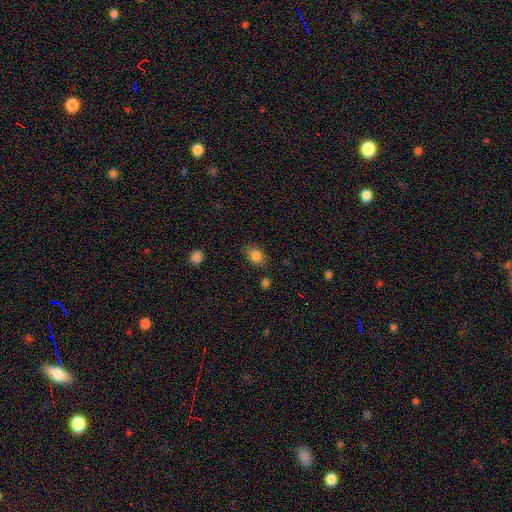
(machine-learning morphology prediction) Smooth or featured: smooth — 84% (star or artifact — 10%)
How rounded: in between — 67% (round — 32%)
Merging: none — 77% (minor disturbance — 15%)